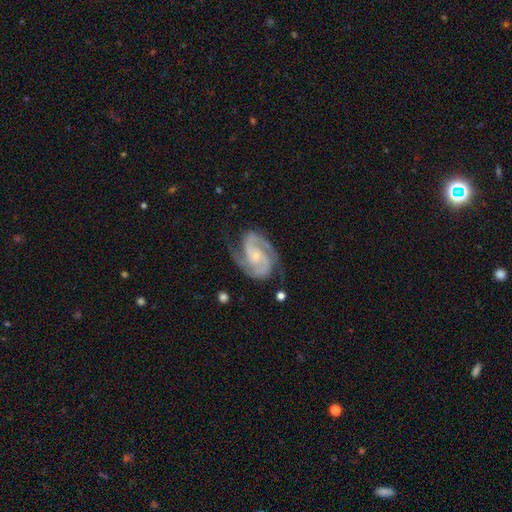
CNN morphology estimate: Smooth or featured: featured or disk — 91% (smooth — 4%)
Edge-on disk: no — 98% (yes — 2%)
Bar: no — 55% (weak — 33%)
Spiral arms: yes — 98% (no — 2%)
Spiral winding: medium — 52% (tight — 38%)
Spiral arm count: 2 — 84% (3 — 8%)
Bulge size: small — 68% (moderate — 24%)
Merging: none — 72% (minor disturbance — 18%)